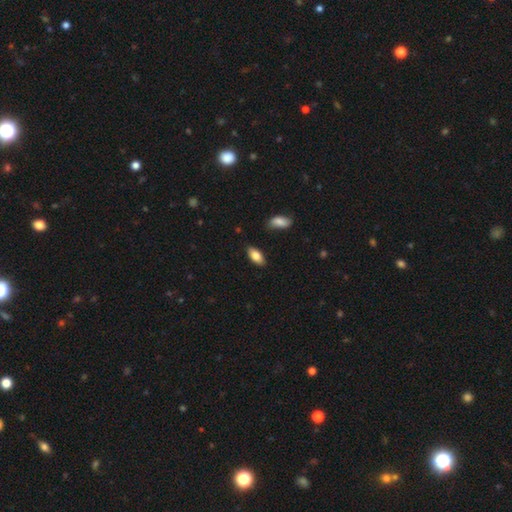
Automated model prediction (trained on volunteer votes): Overall: smooth (81%). How rounded: in between (89%). Merging: none (85%).